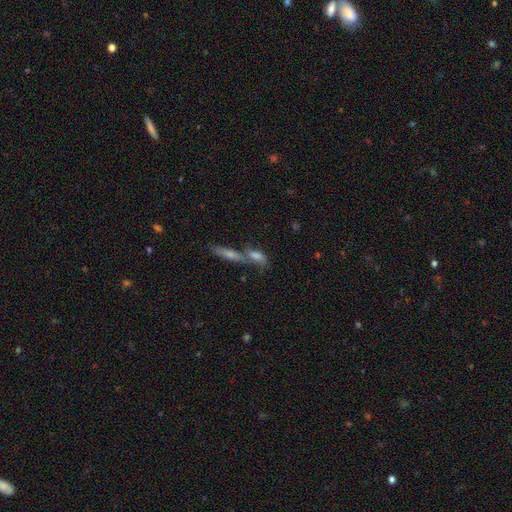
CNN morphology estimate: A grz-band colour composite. It shows a smooth galaxy with no disk features (52%) that is cigar-shaped (54%). Merging: merger (54%).